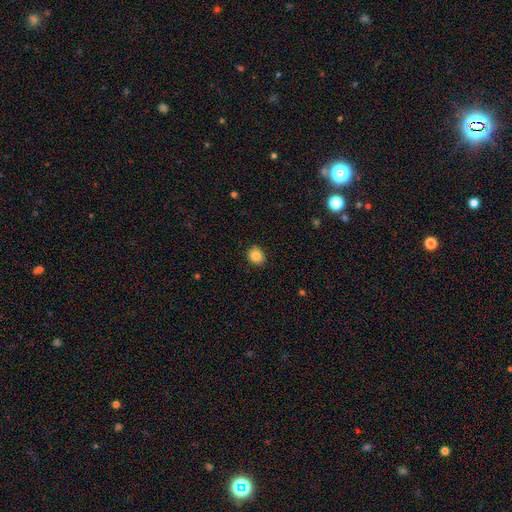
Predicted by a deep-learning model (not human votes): Q: Smooth or featured?
A: smooth (86%); runner-up: star or artifact (9%)
Q: How rounded?
A: round (68%); runner-up: in between (31%)
Q: Merging?
A: none (89%); runner-up: minor disturbance (8%)